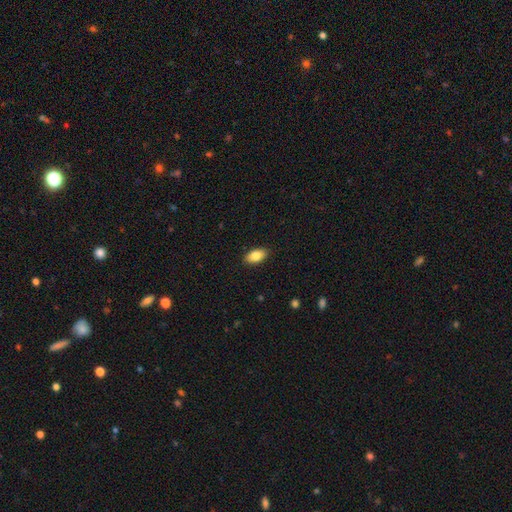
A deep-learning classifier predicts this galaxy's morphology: This is clearly a smooth galaxy (85%). How rounded: clearly in between (93%). Merging: clearly none (89%).